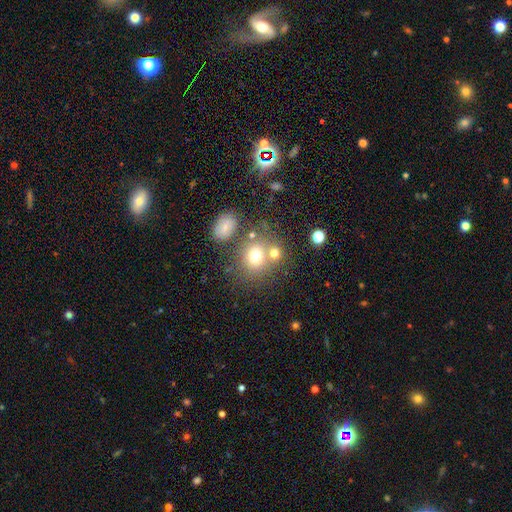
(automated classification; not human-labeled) smooth_or_featured: smooth (p=0.71) [alt: star or artifact p=0.15]
how_rounded: round (p=0.73) [alt: in between p=0.26]
merging: none (p=0.56) [alt: merger p=0.28]